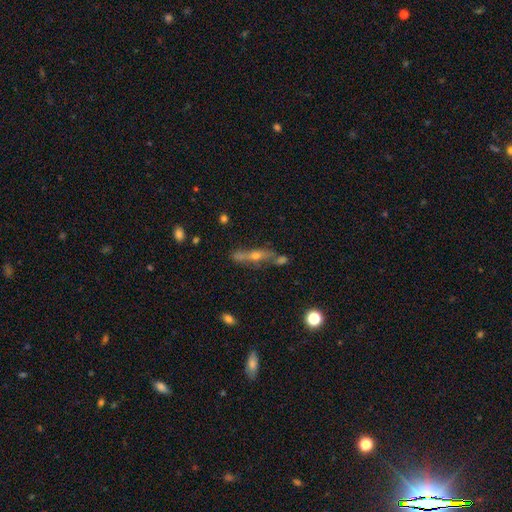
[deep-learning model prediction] featured or disk 64%, smooth 26%, star or artifact 11%. Down the decision tree: edge-on disk — yes (84%); edge-on bulge — rounded (88%); merging — none (60%).